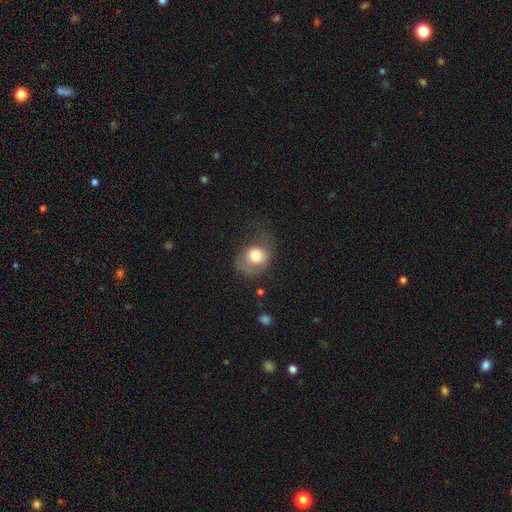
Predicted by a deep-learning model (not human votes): A smooth galaxy with no disk features (69%) that is round (57%). Merging: major disturbance (34%).